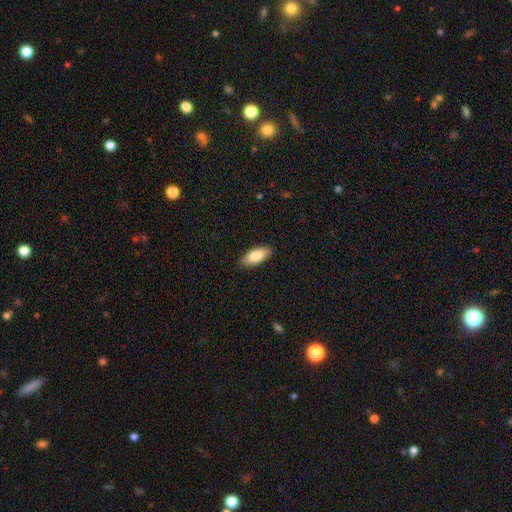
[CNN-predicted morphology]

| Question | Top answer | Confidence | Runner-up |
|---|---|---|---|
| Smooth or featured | smooth | 84% | featured or disk (10%) |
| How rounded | in between | 84% | cigar-shaped (14%) |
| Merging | none | 89% | minor disturbance (8%) |